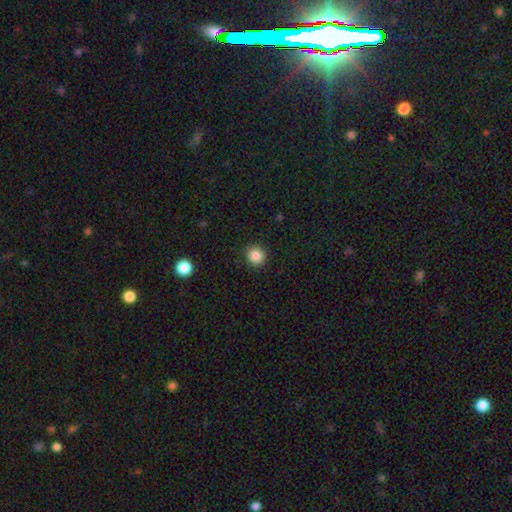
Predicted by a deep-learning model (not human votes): Smooth or featured?
  - smooth: 86% *
  - star or artifact: 10%
  - featured or disk: 4%
How rounded?
  - round: 91% *
  - in between: 8%
  - cigar-shaped: 1%
Merging?
  - none: 91% *
  - minor disturbance: 6%
  - major disturbance: 2%
  - merger: 1%